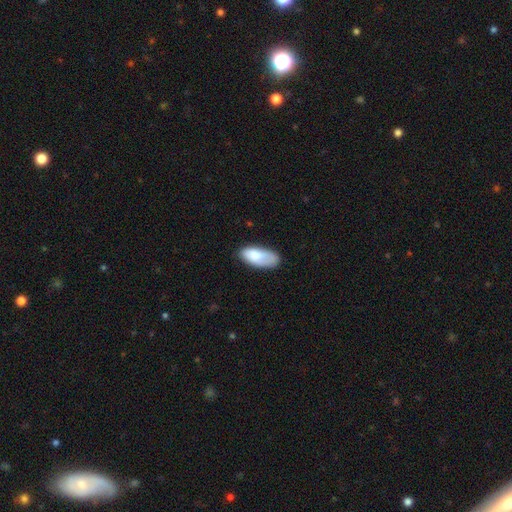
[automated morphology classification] The model was most divided on "merging": none: 55%, minor disturbance: 31%, major disturbance: 11%, merger: 3%. More confident: how rounded — in between (89%); smooth or featured — smooth (78%).